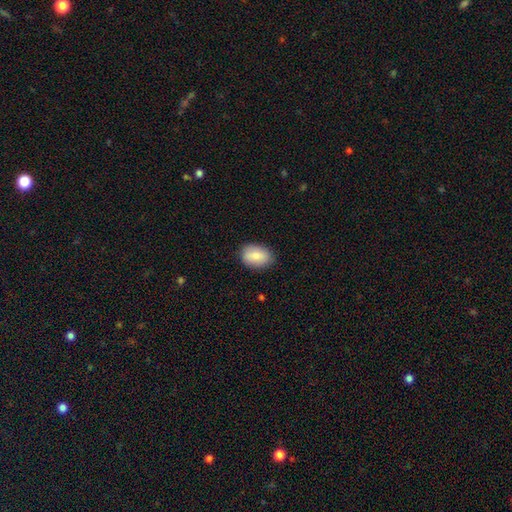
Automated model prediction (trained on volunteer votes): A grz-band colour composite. It shows a smooth galaxy with no disk features (84%) that is in between round and cigar-shaped (83%). Merging: none (85%).